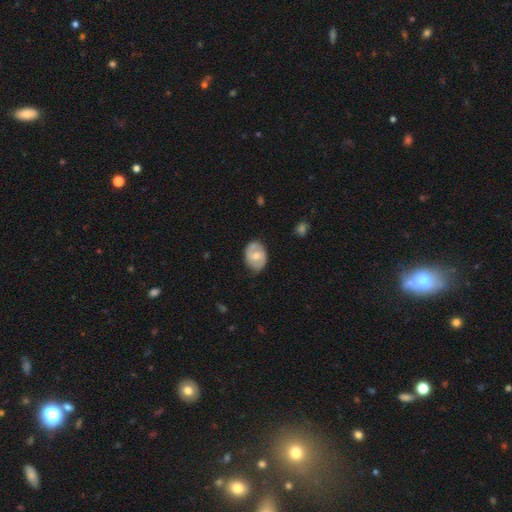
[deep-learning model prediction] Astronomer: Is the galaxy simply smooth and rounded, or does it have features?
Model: featured or disk — 54% (runner-up: smooth, 40%).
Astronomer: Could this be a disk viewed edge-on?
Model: no — 96%.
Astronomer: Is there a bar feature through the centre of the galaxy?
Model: no — 50% (runner-up: weak, 41%).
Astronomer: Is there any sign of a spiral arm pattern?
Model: yes — 71%.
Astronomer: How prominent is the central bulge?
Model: moderate — 64%.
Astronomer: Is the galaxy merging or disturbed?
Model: none — 71%.